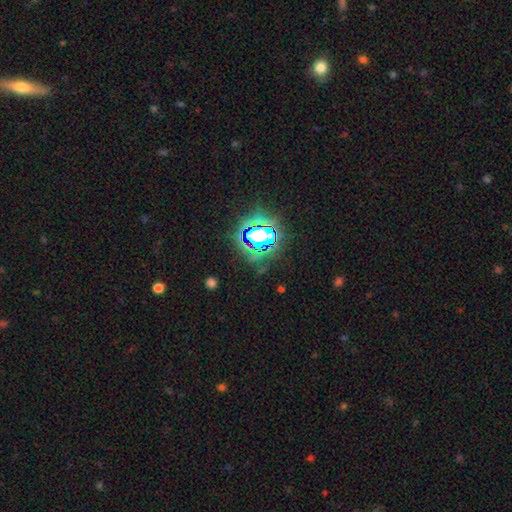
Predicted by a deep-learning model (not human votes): Smooth or featured: star or artifact — 77% (smooth — 14%)